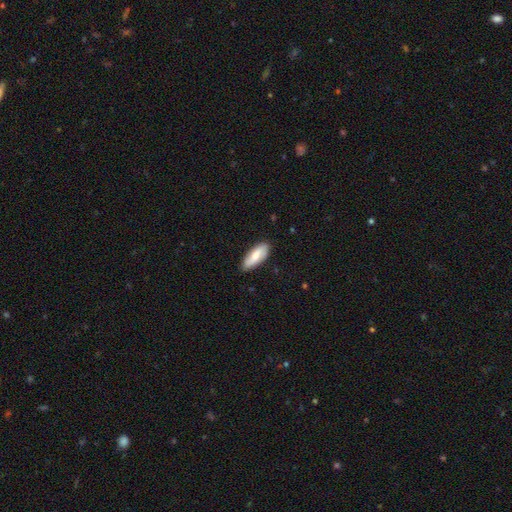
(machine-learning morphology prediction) Smooth or featured?
  - smooth: 71% *
  - featured or disk: 23%
  - star or artifact: 6%
How rounded?
  - in between: 76% *
  - cigar-shaped: 22%
  - round: 2%
Merging?
  - none: 84% *
  - minor disturbance: 13%
  - major disturbance: 2%
  - merger: 1%